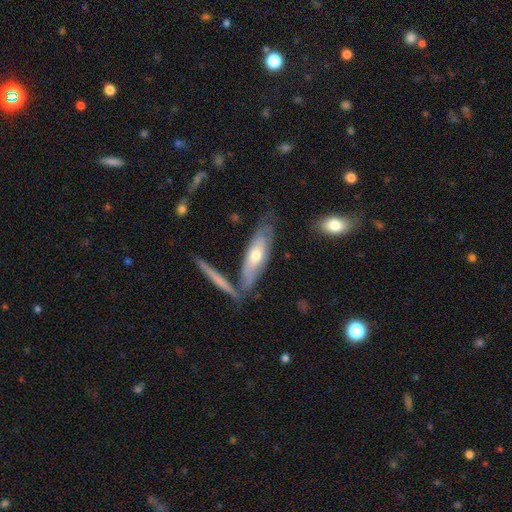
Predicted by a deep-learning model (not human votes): smooth-or-featured: smooth: 48% | featured or disk: 46% | star or artifact: 6%
  merging: none: 64% | minor disturbance: 18% | merger: 13% | major disturbance: 5%